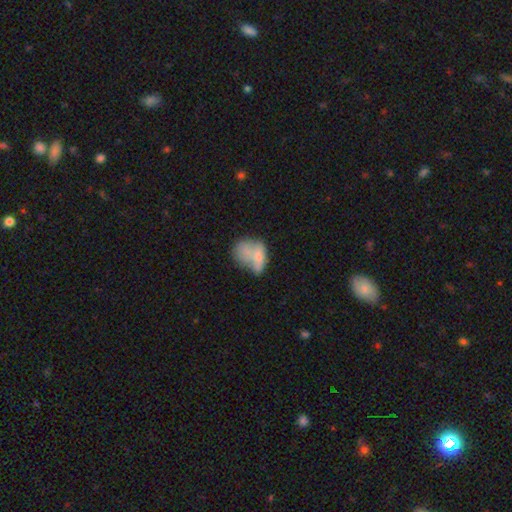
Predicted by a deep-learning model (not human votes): Smooth or featured: smooth — 62% (featured or disk — 28%)
How rounded: in between — 68% (round — 29%)
Merging: merger — 35% (none — 25%)